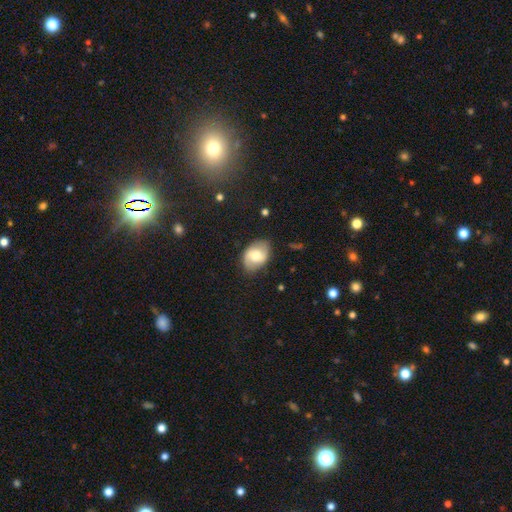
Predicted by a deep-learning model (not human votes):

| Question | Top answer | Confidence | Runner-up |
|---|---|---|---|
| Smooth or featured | smooth | 48% | featured or disk (45%) |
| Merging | none | 79% | minor disturbance (16%) |